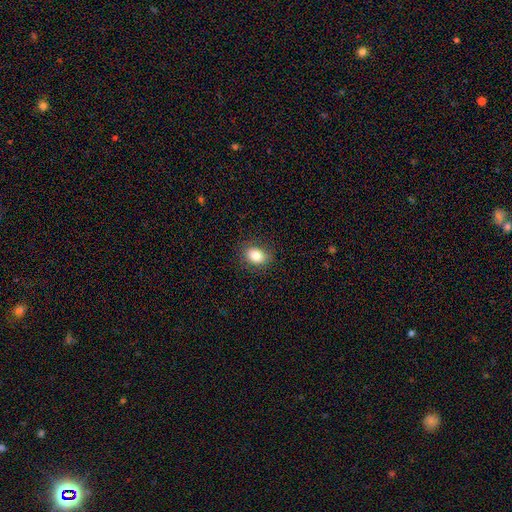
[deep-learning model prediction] A smooth galaxy with no disk features (82%) that is in between round and cigar-shaped (63%). Merging: none (86%).